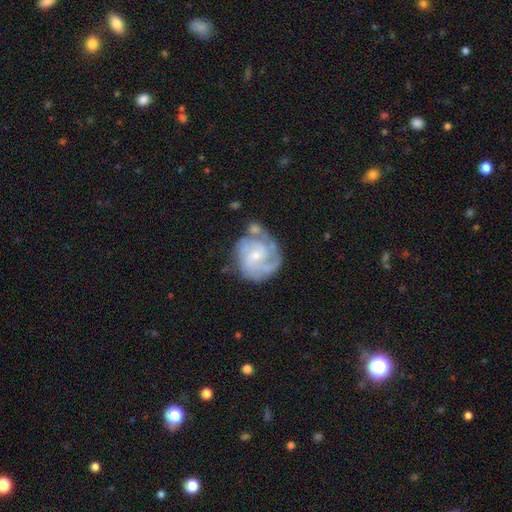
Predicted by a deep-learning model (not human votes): The model was most divided on "spiral arm count": 2: 38%, 3: 25%, can't tell: 22%, 1: 6%, 4: 5%, more than 4: 4%. More confident: edge-on disk — no (98%); spiral arms — yes (93%); smooth or featured — featured or disk (80%); bulge size — small (64%); bar — no (58%); merging — none (57%); spiral winding — tight (53%).